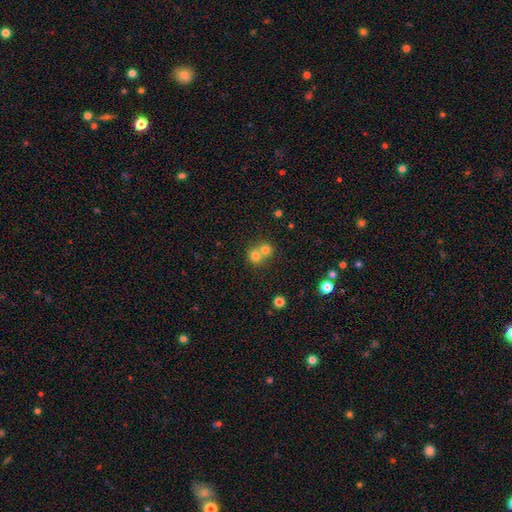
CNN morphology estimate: smooth_or_featured: smooth (p=0.74) [alt: star or artifact p=0.13]
how_rounded: round (p=0.84) [alt: in between p=0.15]
merging: merger (p=0.57) [alt: none p=0.36]